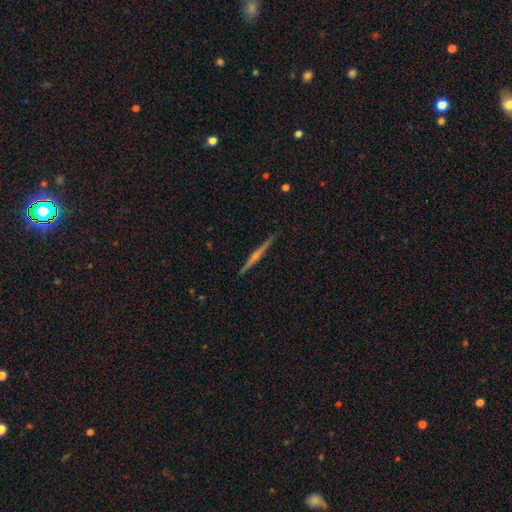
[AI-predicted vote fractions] This is clearly a featured or disk galaxy (80%). It is clearly viewed edge-on (98%). Edge-on bulge: likely rounded (79%). Merging: clearly none (92%).